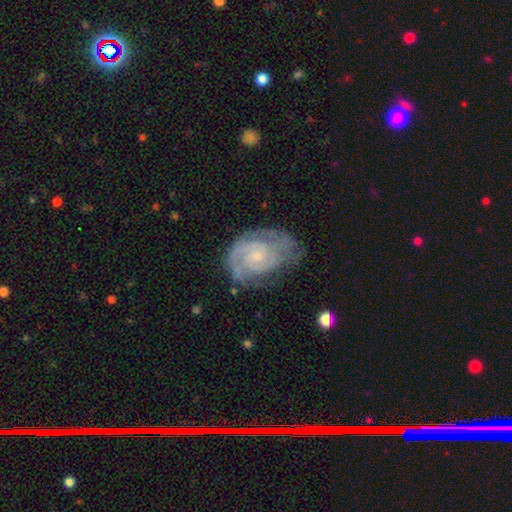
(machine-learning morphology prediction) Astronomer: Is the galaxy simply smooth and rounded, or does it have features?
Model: featured or disk — 85%.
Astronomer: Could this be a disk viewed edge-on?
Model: no — 98%.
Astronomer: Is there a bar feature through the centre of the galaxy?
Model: no — 66%.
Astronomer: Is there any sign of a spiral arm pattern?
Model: yes — 96%.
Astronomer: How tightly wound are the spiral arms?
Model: tight — 58% (runner-up: medium, 34%).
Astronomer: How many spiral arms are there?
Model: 2 — 56%.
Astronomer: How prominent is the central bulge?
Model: small — 72%.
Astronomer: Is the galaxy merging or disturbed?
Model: none — 63%.